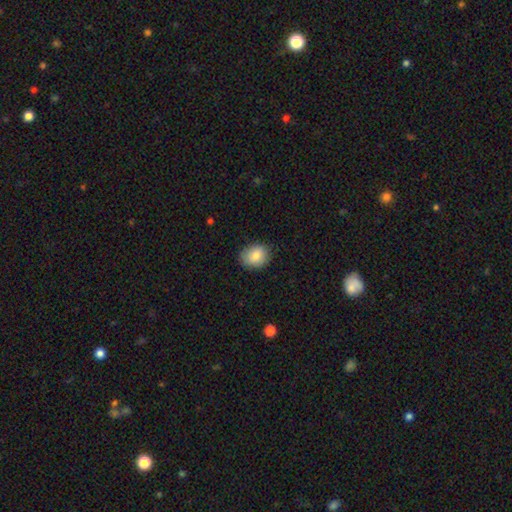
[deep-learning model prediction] smooth_or_featured: smooth (p=0.84) [alt: featured or disk p=0.09]
how_rounded: in between (p=0.52) [alt: round p=0.48]
merging: none (p=0.83) [alt: minor disturbance p=0.13]